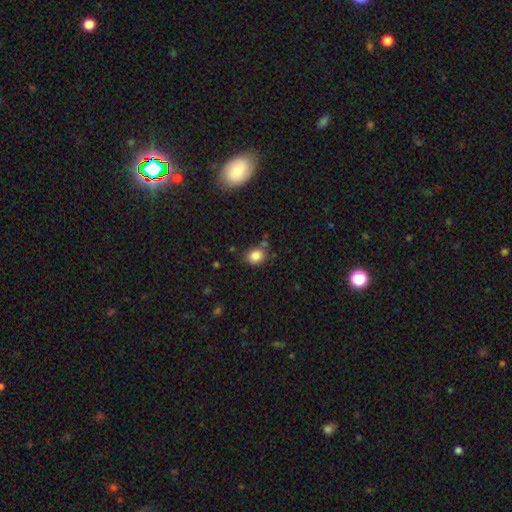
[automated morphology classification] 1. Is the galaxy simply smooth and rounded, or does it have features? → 84% smooth, 11% star or artifact, 5% featured or disk.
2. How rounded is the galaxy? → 67% round, 32% in between, 1% cigar-shaped.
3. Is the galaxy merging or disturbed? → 70% none, 17% minor disturbance, 8% merger, 5% major disturbance.